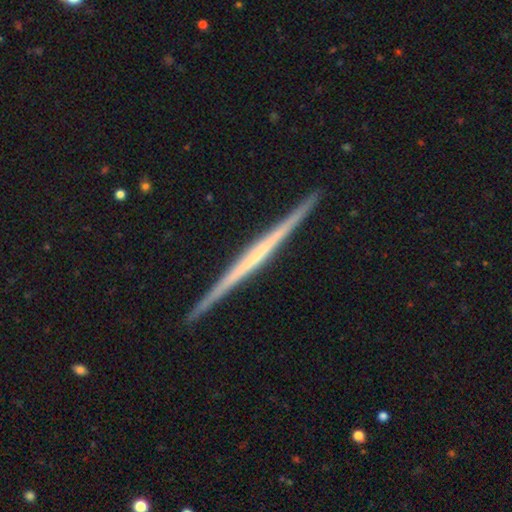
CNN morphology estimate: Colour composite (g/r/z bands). It shows a featured or disk galaxy (75%) viewed edge-on (98%) with no central bulge (83%). Merging: none (92%).